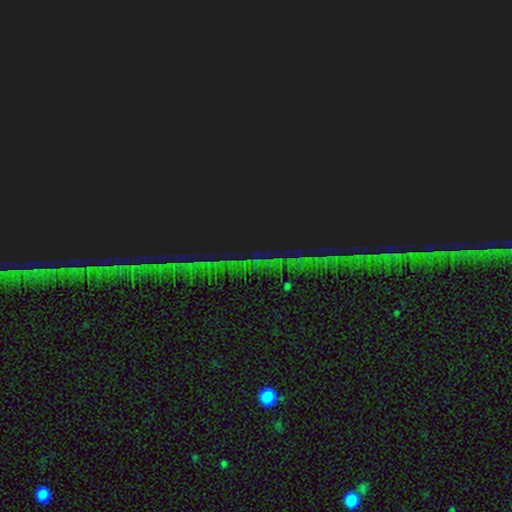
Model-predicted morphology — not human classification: Smooth or featured?
  - star or artifact: 86% *
  - smooth: 7%
  - featured or disk: 7%